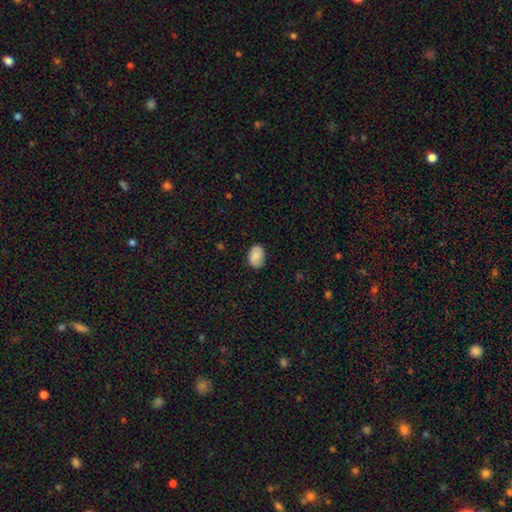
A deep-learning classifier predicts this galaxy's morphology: smooth-or-featured: smooth: 85% | featured or disk: 8% | star or artifact: 7%
  how-rounded: in between: 80% | round: 19% | cigar-shaped: 1%
  merging: none: 83% | minor disturbance: 14% | major disturbance: 3% | merger: 1%